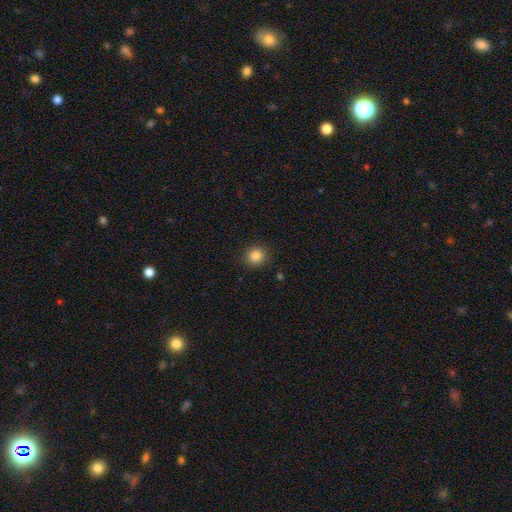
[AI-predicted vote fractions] A smooth galaxy with no disk features (85%) that is round (88%). Merging: none (90%).